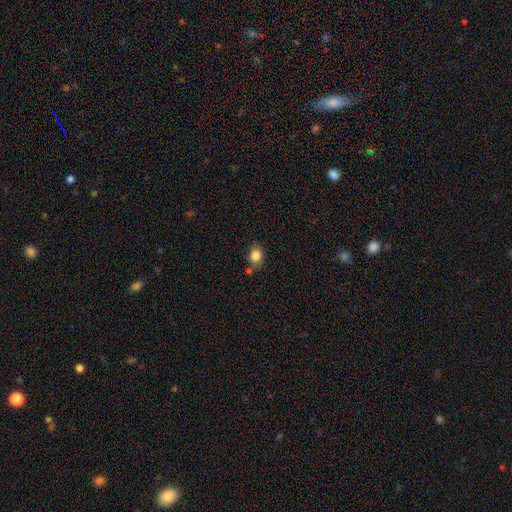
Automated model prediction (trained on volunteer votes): smooth-or-featured: smooth: 85% | star or artifact: 9% | featured or disk: 6%
  how-rounded: in between: 62% | round: 37% | cigar-shaped: 1%
  merging: none: 70% | minor disturbance: 16% | merger: 10% | major disturbance: 4%